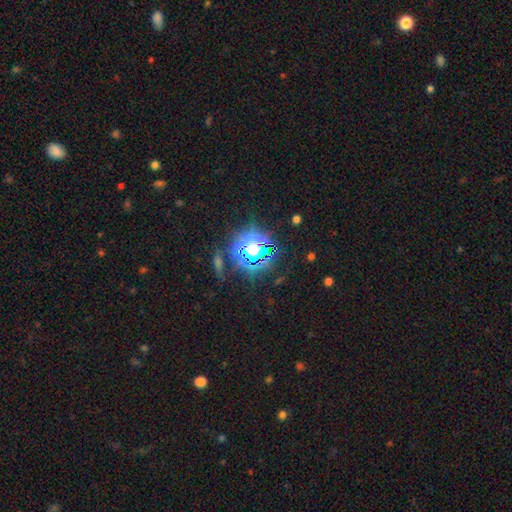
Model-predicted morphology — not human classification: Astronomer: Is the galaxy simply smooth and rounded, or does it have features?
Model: star or artifact — 78%.